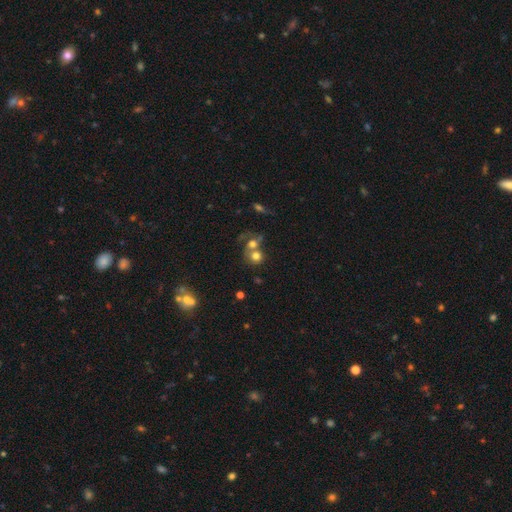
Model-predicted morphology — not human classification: Q: Smooth or featured?
A: smooth (68%); runner-up: featured or disk (20%)
Q: How rounded?
A: round (78%); runner-up: in between (20%)
Q: Merging?
A: merger (52%); runner-up: none (33%)